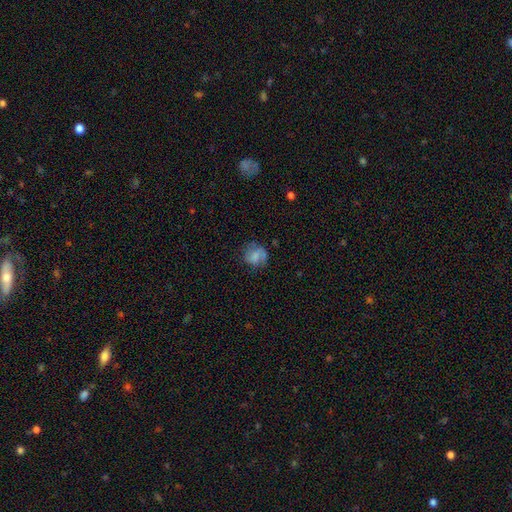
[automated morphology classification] Smooth or featured: smooth — 66% (featured or disk — 25%)
How rounded: round — 71% (in between — 28%)
Merging: none — 60% (minor disturbance — 25%)